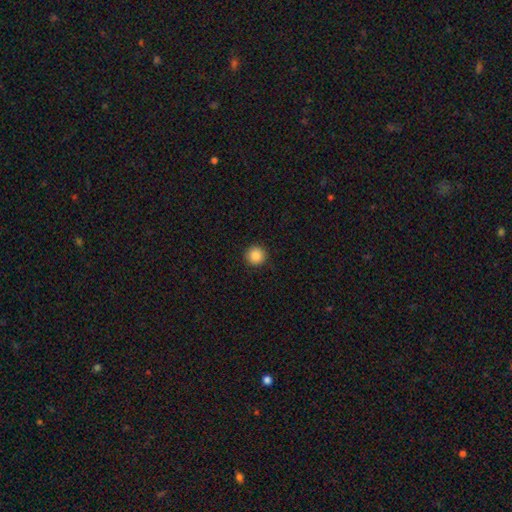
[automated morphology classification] Overall: smooth (87%). How rounded: round (96%). Merging: none (93%).